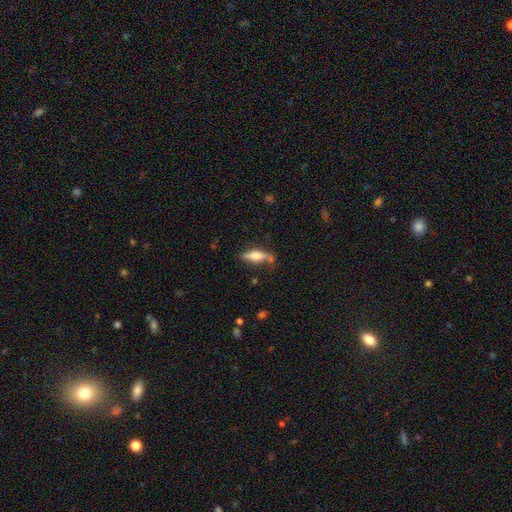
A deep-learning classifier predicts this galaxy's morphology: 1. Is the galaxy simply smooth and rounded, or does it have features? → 59% smooth, 34% featured or disk, 7% star or artifact.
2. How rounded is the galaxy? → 52% cigar-shaped, 46% in between, 3% round.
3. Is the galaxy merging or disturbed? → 67% none, 19% minor disturbance, 9% merger, 5% major disturbance.